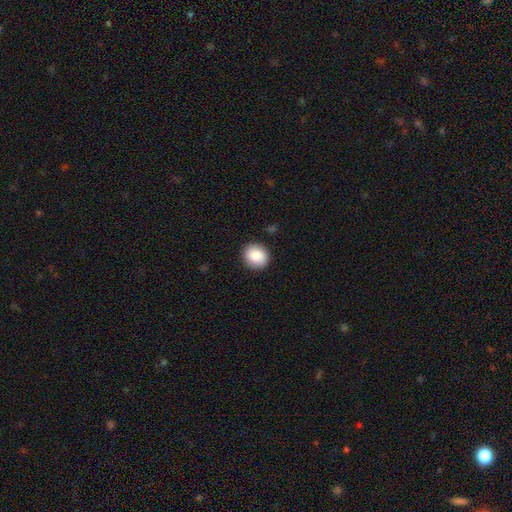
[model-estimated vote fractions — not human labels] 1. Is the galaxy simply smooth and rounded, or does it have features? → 86% smooth, 8% star or artifact, 6% featured or disk.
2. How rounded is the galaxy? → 84% round, 15% in between, 1% cigar-shaped.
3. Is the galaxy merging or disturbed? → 90% none, 7% minor disturbance, 2% major disturbance, 1% merger.